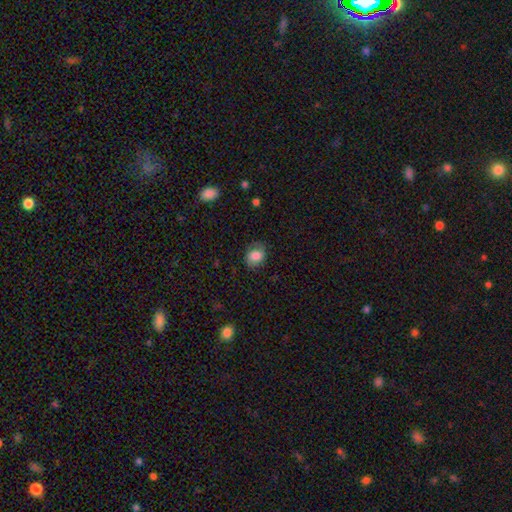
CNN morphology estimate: Smooth or featured? smooth (79%)
How rounded? in between (54%)
Merging? none (73%)